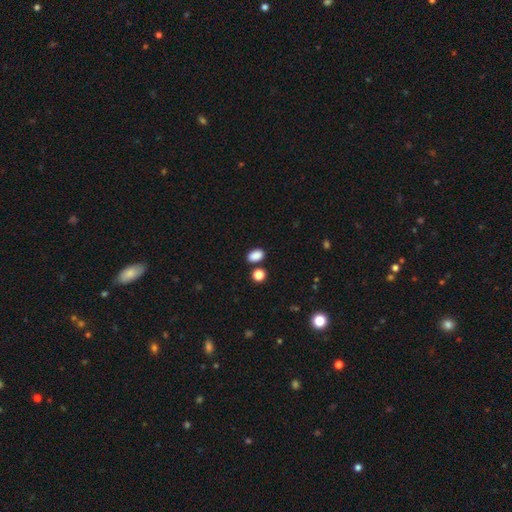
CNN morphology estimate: type=smooth (87%); roundness=in between (84%); merging=none (80%).